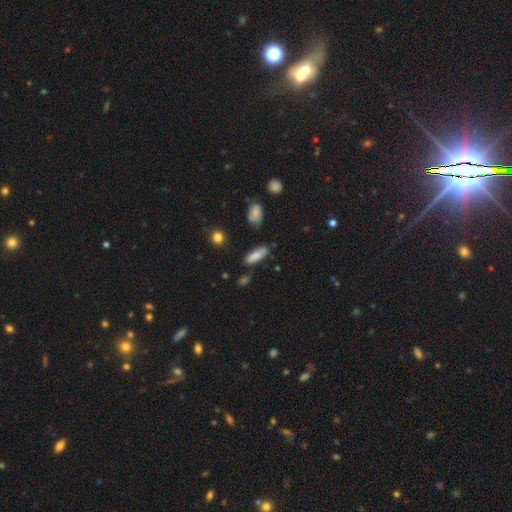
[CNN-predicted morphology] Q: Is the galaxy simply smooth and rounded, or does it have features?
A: smooth — 81%.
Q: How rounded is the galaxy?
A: in between — 50%.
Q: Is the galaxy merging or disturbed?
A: none — 71%.